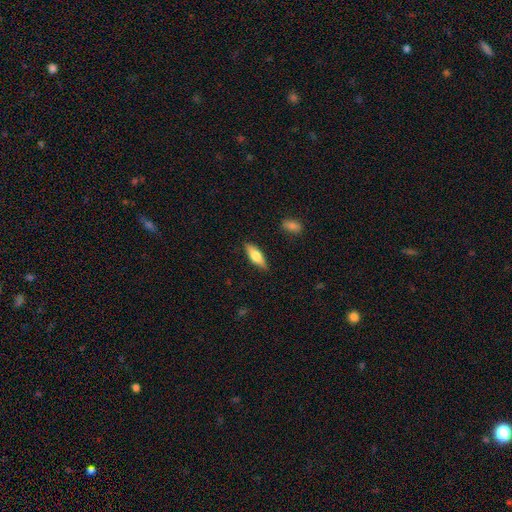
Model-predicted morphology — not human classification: smooth-or-featured: smooth: 62% | featured or disk: 32% | star or artifact: 6%
  how-rounded: in between: 56% | cigar-shaped: 41% | round: 2%
  merging: none: 86% | minor disturbance: 10% | major disturbance: 2% | merger: 1%